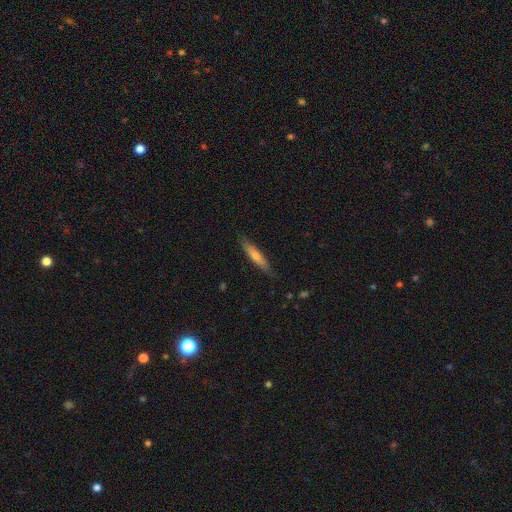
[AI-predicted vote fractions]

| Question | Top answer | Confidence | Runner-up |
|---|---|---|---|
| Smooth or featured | smooth | 61% | featured or disk (34%) |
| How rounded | cigar-shaped | 89% | in between (10%) |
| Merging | none | 85% | minor disturbance (12%) |